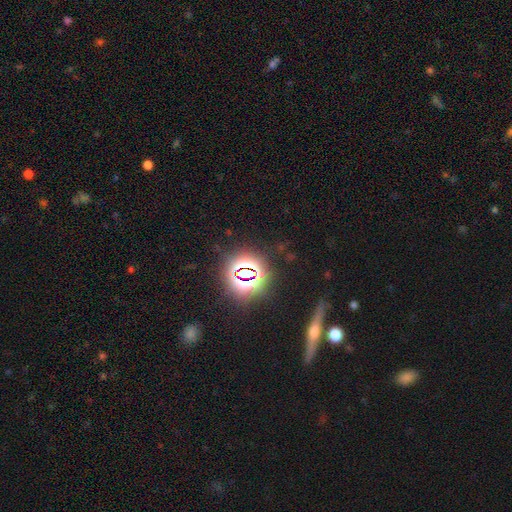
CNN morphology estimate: A star or artifact, not a galaxy (72%).

Vote fractions:
- Smooth or featured? star or artifact: 72% / smooth: 15% / featured or disk: 13%